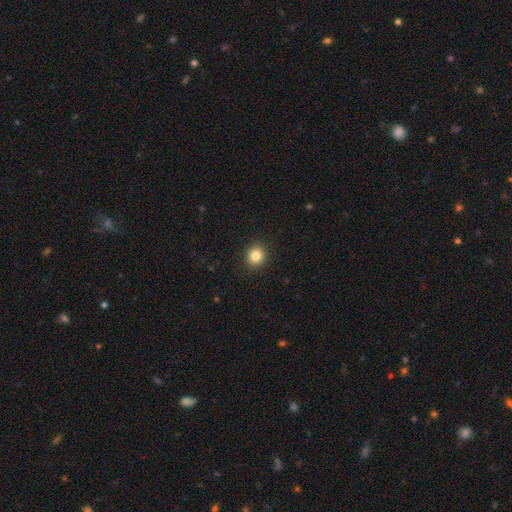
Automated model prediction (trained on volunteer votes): Overall: smooth (84%). How rounded: round (87%). Merging: none (92%).